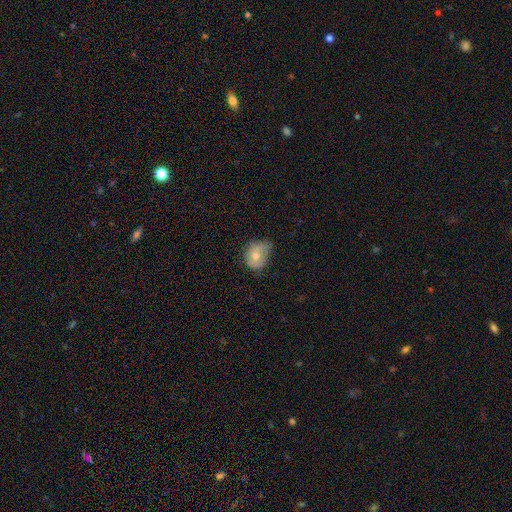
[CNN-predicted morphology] A smooth galaxy with no disk features (59%) that is round (54%).

Vote fractions:
- Smooth or featured? smooth: 59% / featured or disk: 32% / star or artifact: 9%
- How rounded? round: 54% / in between: 45% / cigar-shaped: 1%
- Merging? none: 45% / minor disturbance: 40% / major disturbance: 13% / merger: 2%